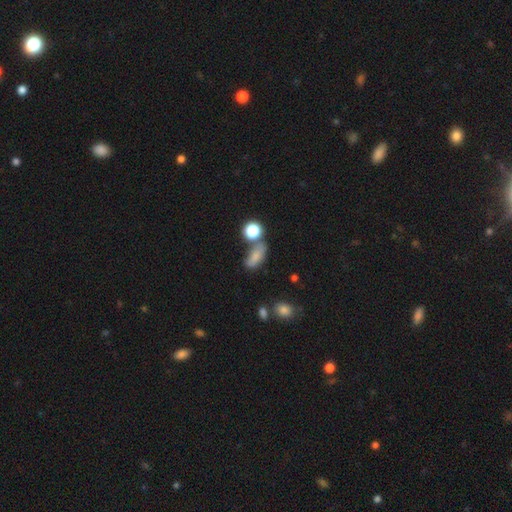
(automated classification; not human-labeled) smooth 71%, featured or disk 16%, star or artifact 13%. Down the decision tree: how rounded — in between (75%); merging — none (42%).